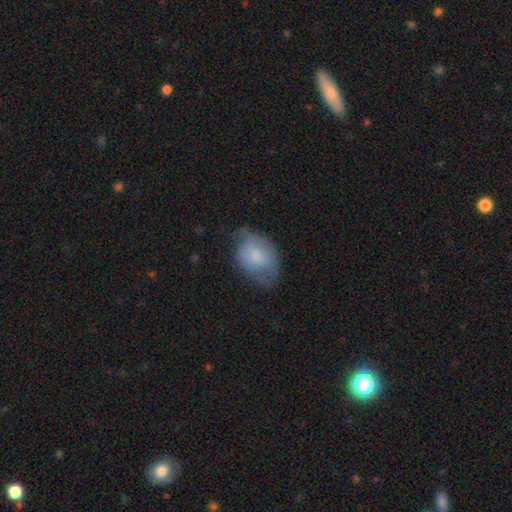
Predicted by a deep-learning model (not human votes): Smooth or featured? Predicted: smooth (p=0.69). How rounded? Predicted: in between (p=0.79). Merging? Predicted: none (p=0.48).